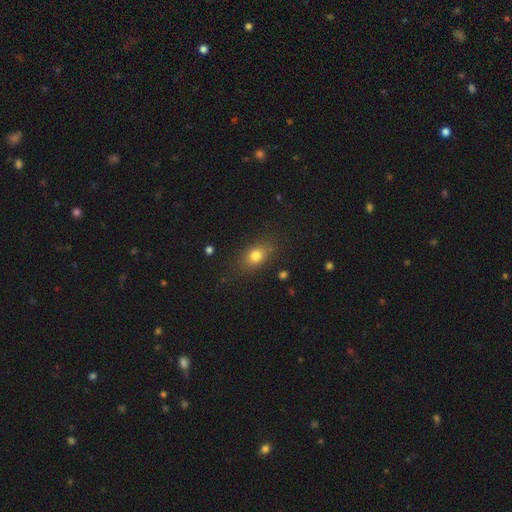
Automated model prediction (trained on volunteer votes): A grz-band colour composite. It shows a smooth galaxy with no disk features (78%) that is in between round and cigar-shaped (71%). Merging: none (79%).